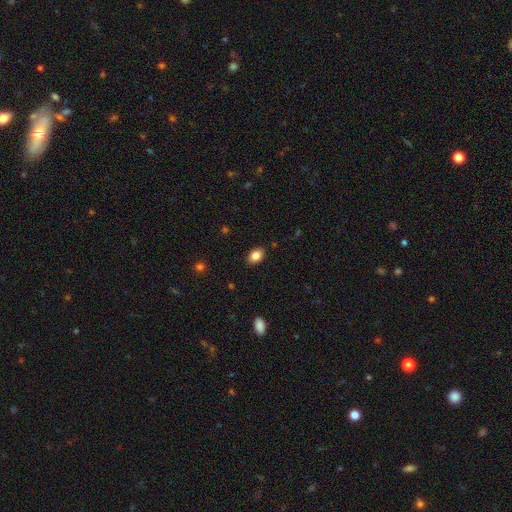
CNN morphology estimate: smooth-or-featured: smooth: 86% | star or artifact: 9% | featured or disk: 6%
  how-rounded: in between: 79% | round: 20% | cigar-shaped: 1%
  merging: none: 88% | minor disturbance: 8% | major disturbance: 2% | merger: 1%